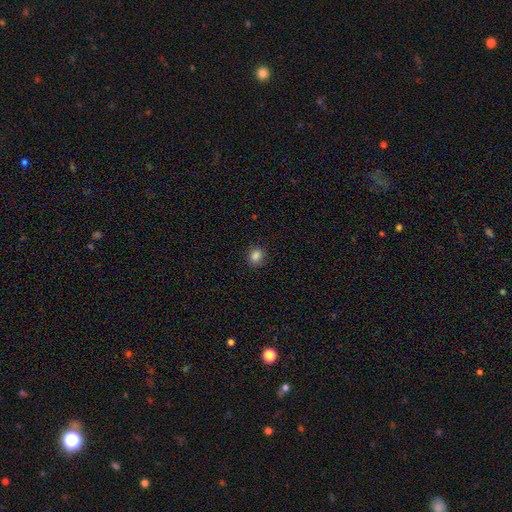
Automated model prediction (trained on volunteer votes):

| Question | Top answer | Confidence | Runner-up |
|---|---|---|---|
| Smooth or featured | smooth | 85% | star or artifact (12%) |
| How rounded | round | 61% | in between (38%) |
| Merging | none | 88% | minor disturbance (9%) |